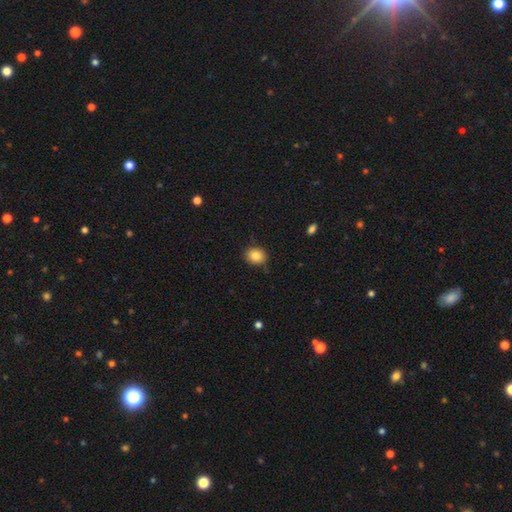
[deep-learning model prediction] Overall: smooth (83%). How rounded: round (64%; in between 35%). Merging: none (81%).